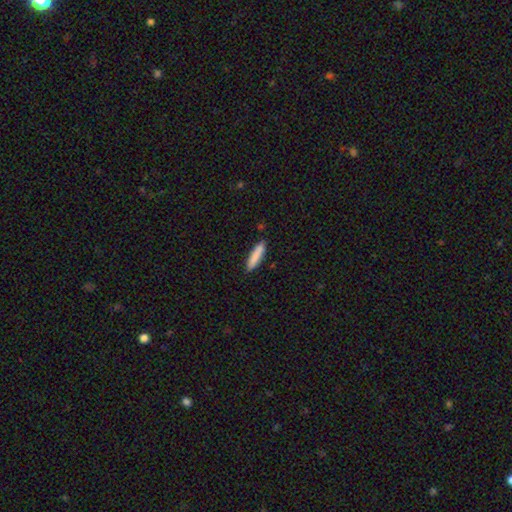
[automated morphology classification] type=smooth (86%); roundness=cigar-shaped (84%); merging=none (87%).